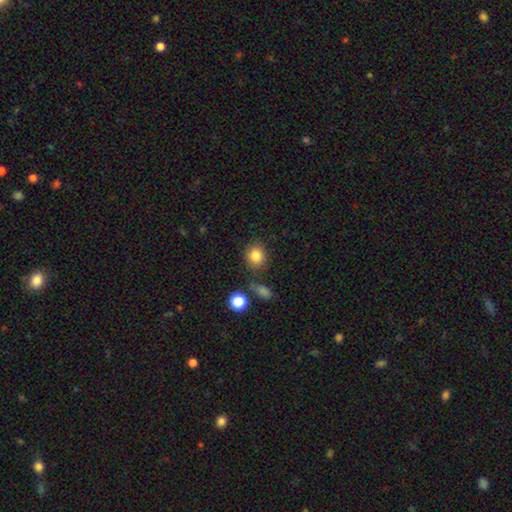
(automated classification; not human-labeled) Smooth or featured? smooth (84%)
How rounded? round (73%)
Merging? none (76%)